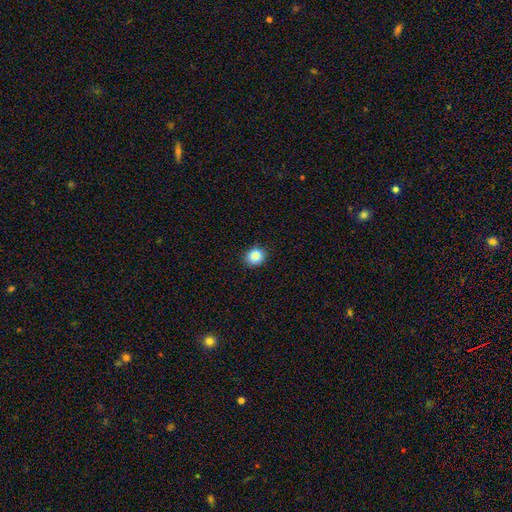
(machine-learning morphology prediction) smooth 86%, star or artifact 10%, featured or disk 5%. Down the decision tree: how rounded — round (82%); merging — none (88%).